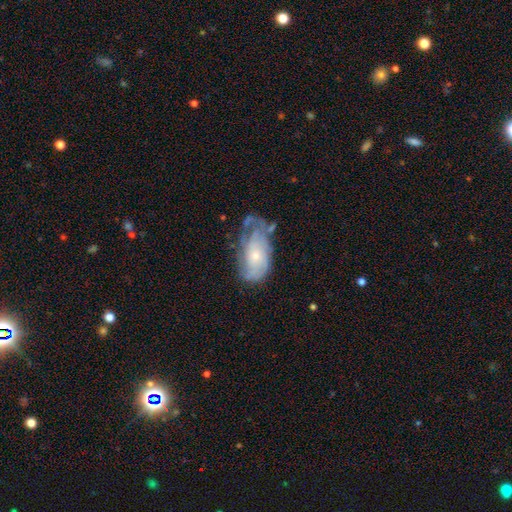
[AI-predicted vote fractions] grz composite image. It shows a featured or disk galaxy (65%) with no bar (79%), spiral arms (78%) and a small central bulge (70%). Merging: none (37%).